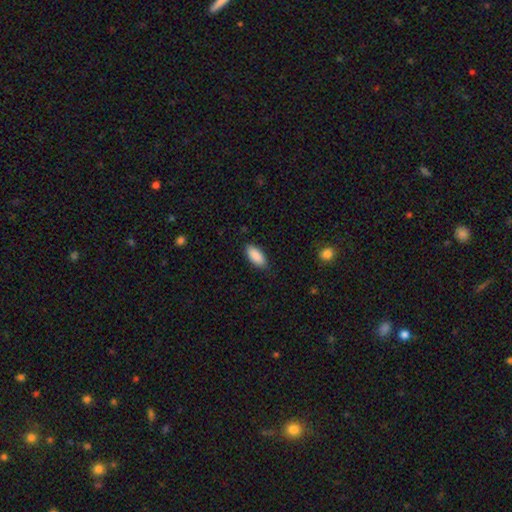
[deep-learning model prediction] Q: Smooth or featured?
A: smooth (90%); runner-up: star or artifact (6%)
Q: How rounded?
A: in between (89%); runner-up: cigar-shaped (9%)
Q: Merging?
A: none (84%); runner-up: minor disturbance (12%)